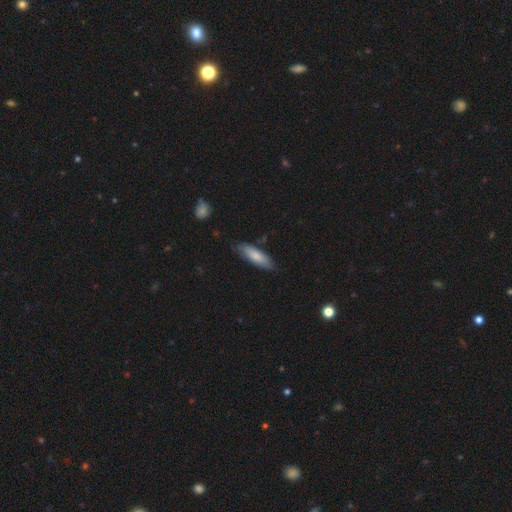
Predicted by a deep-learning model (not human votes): Q: Smooth or featured?
A: smooth (78%); runner-up: featured or disk (16%)
Q: How rounded?
A: cigar-shaped (51%); runner-up: in between (48%)
Q: Merging?
A: none (78%); runner-up: minor disturbance (18%)